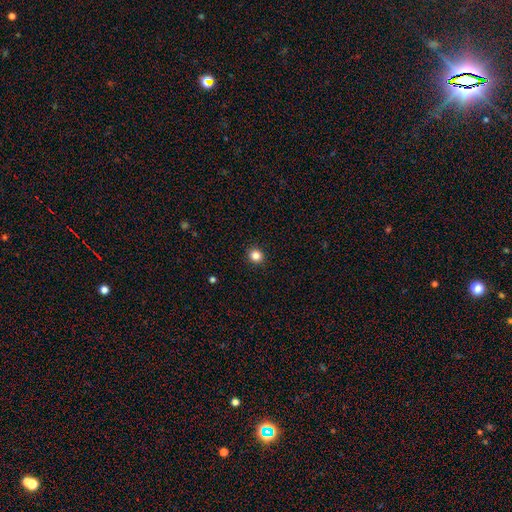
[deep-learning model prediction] Morphology: type=smooth (85%); roundness=round (87%); merging=none (93%).